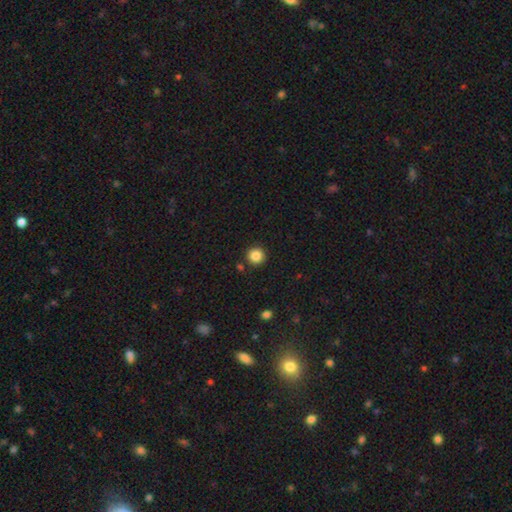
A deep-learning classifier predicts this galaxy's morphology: smooth_or_featured: smooth (p=0.86) [alt: star or artifact p=0.10]
how_rounded: round (p=0.95) [alt: in between p=0.04]
merging: none (p=0.90) [alt: minor disturbance p=0.06]